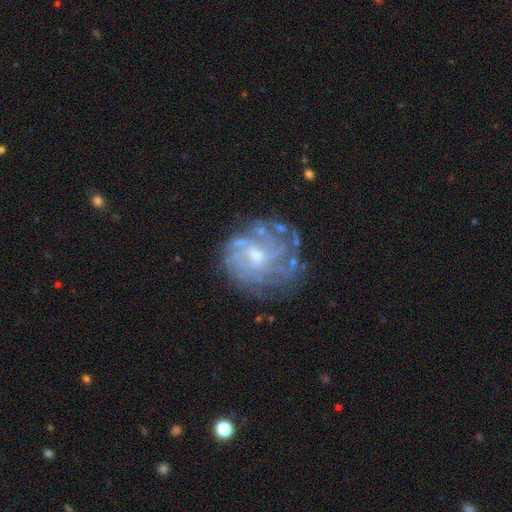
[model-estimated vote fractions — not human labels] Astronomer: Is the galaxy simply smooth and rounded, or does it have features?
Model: featured or disk — 77%.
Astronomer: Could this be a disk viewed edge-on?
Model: no — 98%.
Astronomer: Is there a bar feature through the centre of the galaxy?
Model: no — 55% (runner-up: weak, 39%).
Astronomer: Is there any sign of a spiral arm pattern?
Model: yes — 83%.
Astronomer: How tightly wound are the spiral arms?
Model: tight — 56%.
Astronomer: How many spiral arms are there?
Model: can't tell — 45%.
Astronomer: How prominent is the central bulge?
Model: small — 47% (runner-up: moderate, 44%).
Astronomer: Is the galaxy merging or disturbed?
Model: none — 68%.